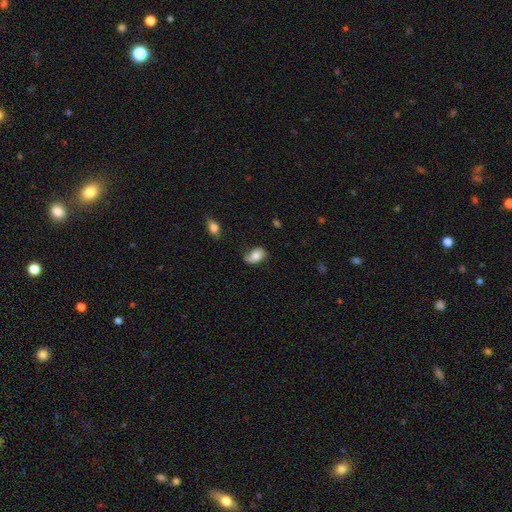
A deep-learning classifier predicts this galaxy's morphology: This is possibly a smooth galaxy (56%). How rounded: clearly in between (85%). Merging: possibly none (54%).